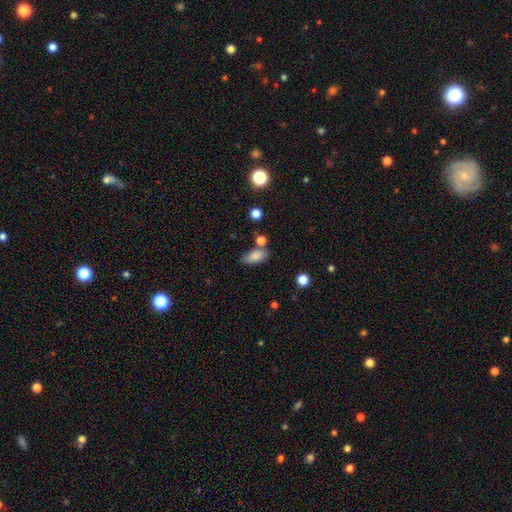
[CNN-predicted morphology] A smooth galaxy with no disk features (83%) that is in between round and cigar-shaped (89%).

Vote fractions:
- Smooth or featured? smooth: 83% / star or artifact: 9% / featured or disk: 8%
- How rounded? in between: 89% / cigar-shaped: 7% / round: 5%
- Merging? none: 66% / minor disturbance: 18% / merger: 11% / major disturbance: 5%